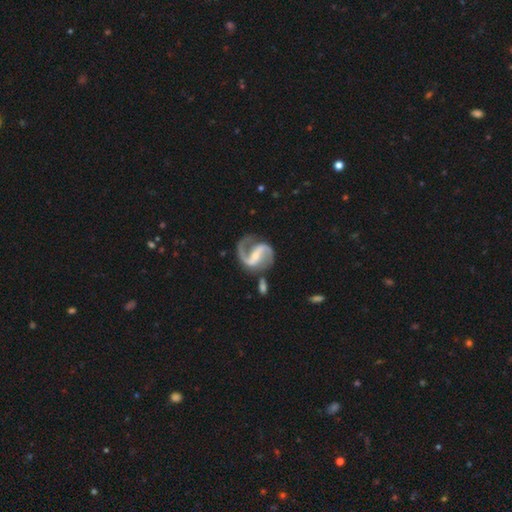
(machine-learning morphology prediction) smooth-or-featured: featured or disk: 92% | smooth: 4% | star or artifact: 4%
  disk-edge-on: no: 98% | yes: 2%
    bar: strong: 55% | weak: 33% | no: 12%
    has-spiral-arms: yes: 98% | no: 2%
      spiral-winding: medium: 56% | loose: 31% | tight: 14%
      spiral-arm-count: 2: 91% | 1: 4% | can't tell: 2% | 3: 1% | 4: 1% | more than 4: 1%
    bulge-size: small: 59% | moderate: 27% | none: 11% | large: 2% | dominant: 1%
  merging: none: 68% | minor disturbance: 16% | major disturbance: 10% | merger: 6%